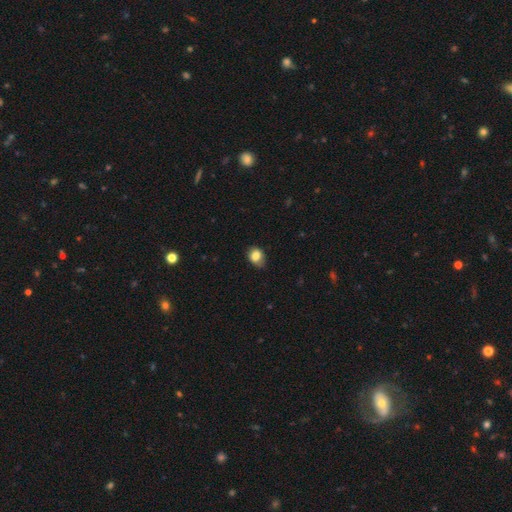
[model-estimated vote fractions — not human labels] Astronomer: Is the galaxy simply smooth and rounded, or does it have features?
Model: smooth — 80%.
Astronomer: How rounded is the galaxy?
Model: in between — 58% (runner-up: round, 41%).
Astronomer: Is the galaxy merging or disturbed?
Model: none — 65%.